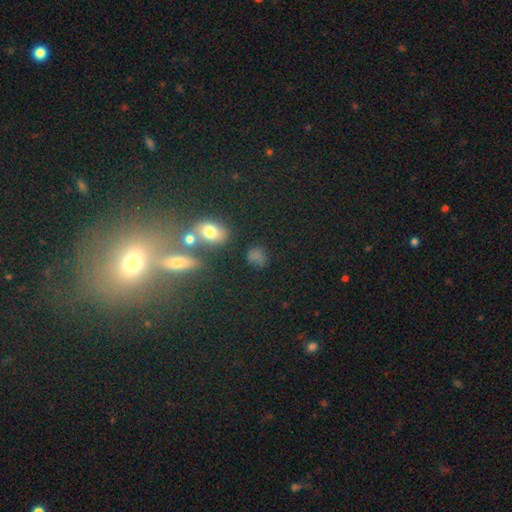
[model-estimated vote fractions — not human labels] The model was most divided on "how rounded": in between: 57%, round: 35%, cigar-shaped: 7%. More confident: smooth or featured — smooth (63%); merging — none (61%).